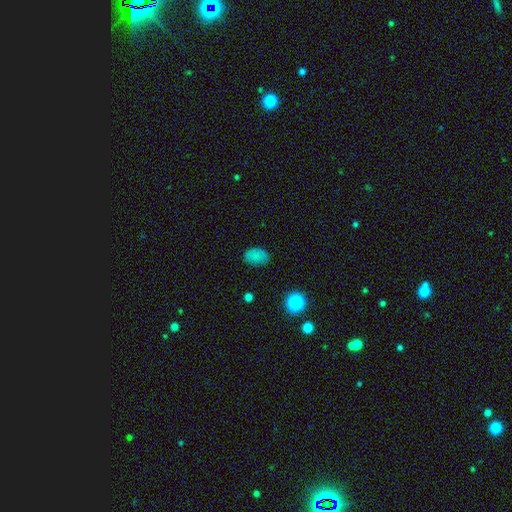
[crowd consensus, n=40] A smooth galaxy with no disk features (85%) that is in between round and cigar-shaped (85%).

Vote fractions:
- Smooth or featured? smooth: 85% / star or artifact: 12% / featured or disk: 2%
- How rounded? in between: 85% / round: 15% / cigar-shaped: 0%
- Merging? none: 100% / minor disturbance: 0% / major disturbance: 0% / merger: 0%